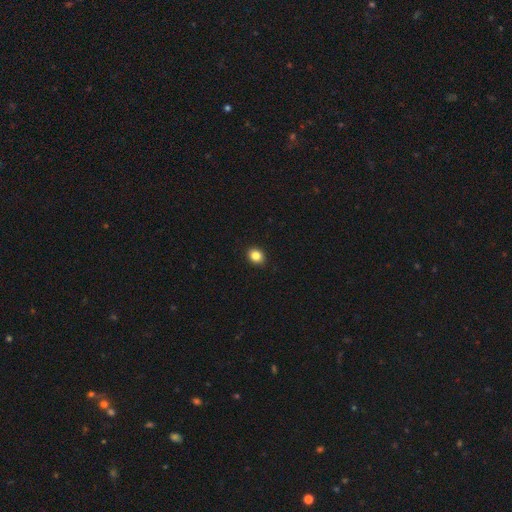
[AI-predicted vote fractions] Morphology: type=smooth (85%); roundness=round (56%); merging=none (90%).